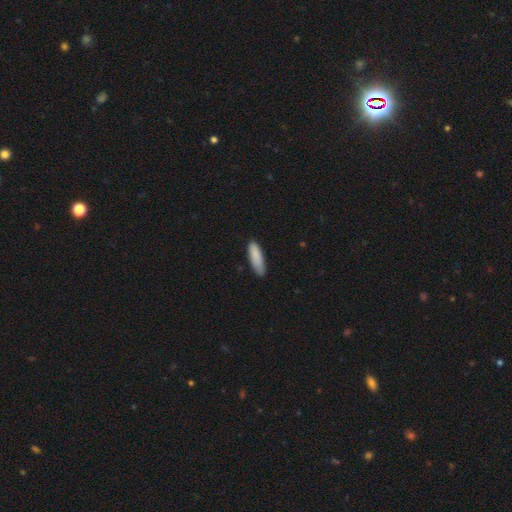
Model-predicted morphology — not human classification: A smooth galaxy with no disk features (88%) that is cigar-shaped (53%). Merging: none (78%).